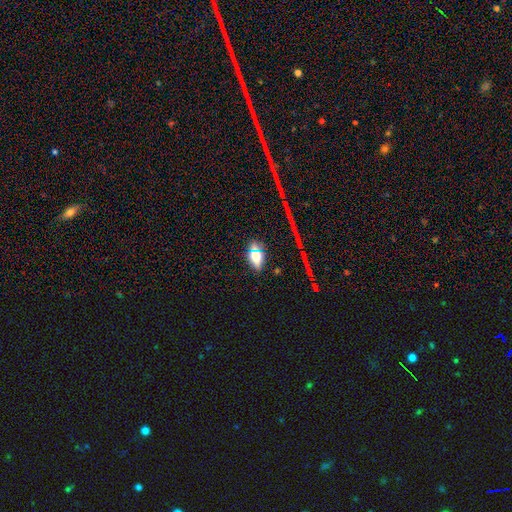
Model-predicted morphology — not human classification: The model was most divided on "smooth or featured": smooth: 64%, star or artifact: 19%, featured or disk: 16%. More confident: merging — none (78%); how rounded — in between (77%).